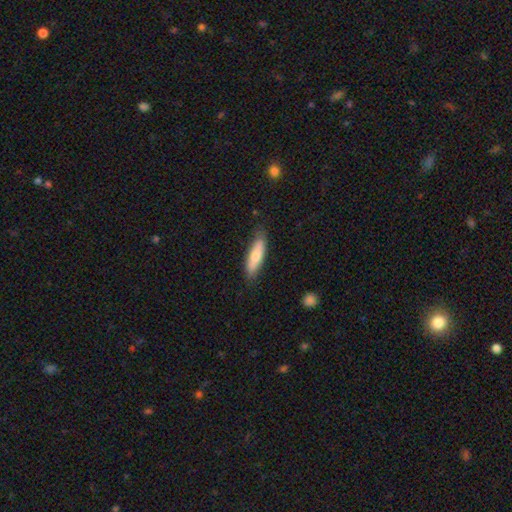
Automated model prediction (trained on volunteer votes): smooth_or_featured: smooth (p=0.72) [alt: featured or disk p=0.22]
how_rounded: cigar-shaped (p=0.61) [alt: in between p=0.37]
merging: none (p=0.81) [alt: minor disturbance p=0.15]